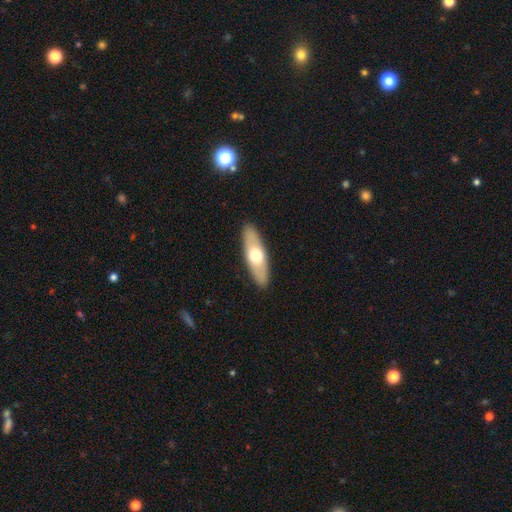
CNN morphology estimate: The model was most divided on "how rounded": in between: 57%, cigar-shaped: 41%, round: 3%. More confident: merging — none (90%); smooth or featured — smooth (57%).